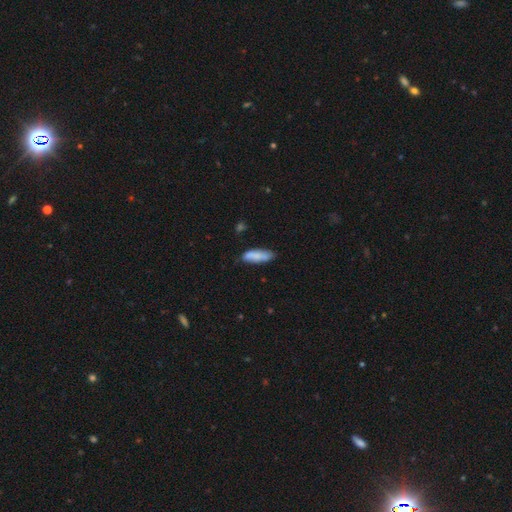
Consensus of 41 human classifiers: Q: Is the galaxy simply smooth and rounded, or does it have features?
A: smooth — 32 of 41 (78%).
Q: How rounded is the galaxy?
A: in between — 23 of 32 (72%).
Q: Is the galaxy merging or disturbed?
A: none — 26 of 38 (68%).